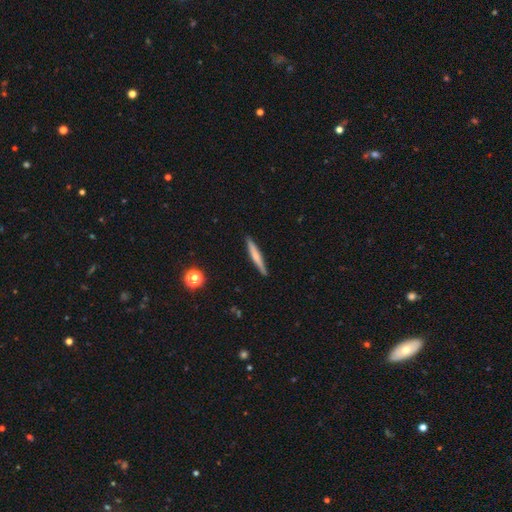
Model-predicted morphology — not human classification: smooth_or_featured: smooth (p=0.52) [alt: featured or disk p=0.41]
how_rounded: cigar-shaped (p=0.95) [alt: in between p=0.04]
merging: none (p=0.90) [alt: minor disturbance p=0.07]